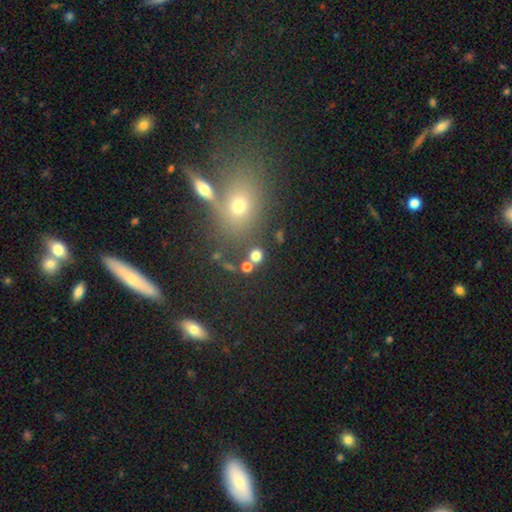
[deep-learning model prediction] smooth_or_featured: smooth (p=0.74) [alt: star or artifact p=0.17]
how_rounded: round (p=0.81) [alt: in between p=0.17]
merging: none (p=0.68) [alt: merger p=0.18]